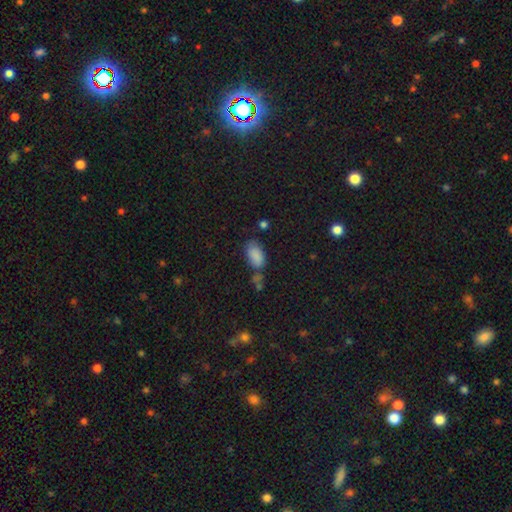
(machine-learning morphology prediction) Smooth or featured?
  - smooth: 84% *
  - star or artifact: 10%
  - featured or disk: 6%
How rounded?
  - in between: 93% *
  - round: 4%
  - cigar-shaped: 3%
Merging?
  - none: 56% *
  - minor disturbance: 24%
  - merger: 12%
  - major disturbance: 9%